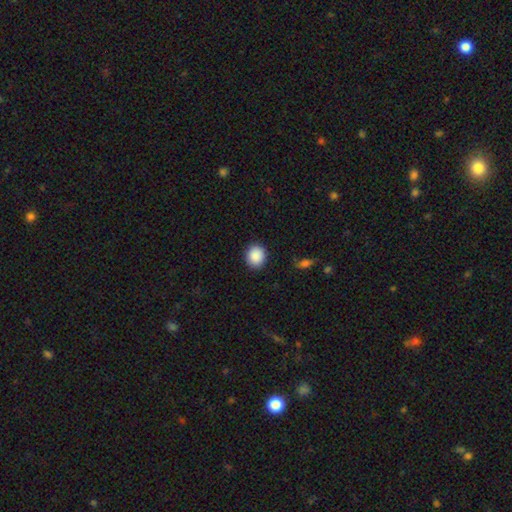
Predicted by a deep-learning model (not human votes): smooth-or-featured: smooth: 89% | star or artifact: 8% | featured or disk: 3%
  how-rounded: round: 75% | in between: 24% | cigar-shaped: 1%
  merging: none: 90% | minor disturbance: 7% | major disturbance: 2% | merger: 1%